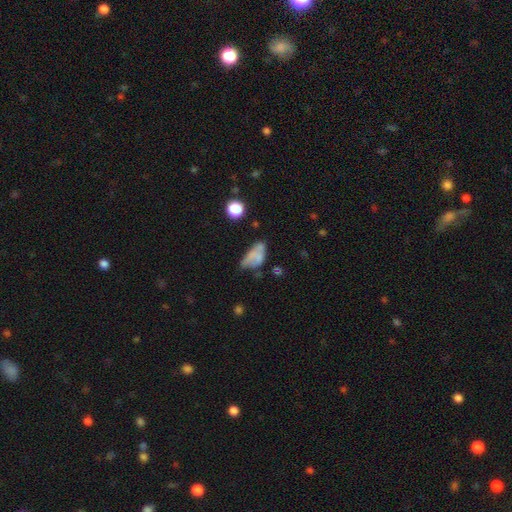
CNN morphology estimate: smooth_or_featured: smooth (p=0.60) [alt: featured or disk p=0.28]
how_rounded: in between (p=0.87) [alt: round p=0.07]
merging: minor disturbance (p=0.29) [alt: major disturbance p=0.28]